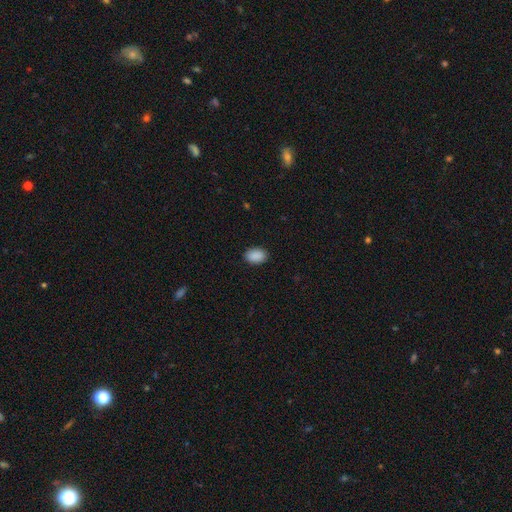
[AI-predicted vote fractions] A smooth galaxy with no disk features (90%) that is in between round and cigar-shaped (88%). Merging: none (89%).